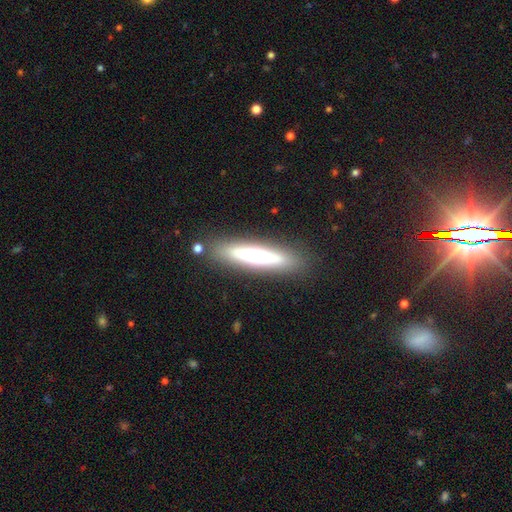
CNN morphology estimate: Smooth or featured? Predicted: featured or disk (p=0.46, tied with smooth). Merging? Predicted: none (p=0.86).